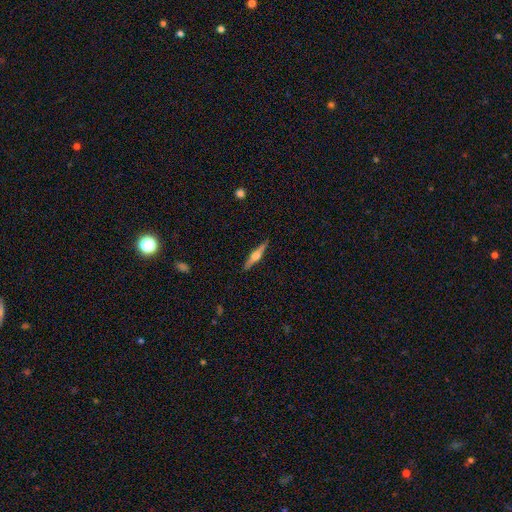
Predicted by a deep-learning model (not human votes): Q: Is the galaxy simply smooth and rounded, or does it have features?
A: featured or disk — 74%.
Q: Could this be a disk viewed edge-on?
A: yes — 98%.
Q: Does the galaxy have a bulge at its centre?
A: rounded — 92%.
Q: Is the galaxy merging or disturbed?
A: none — 91%.